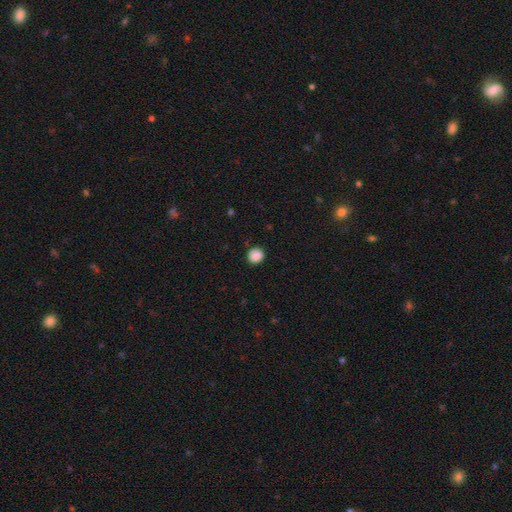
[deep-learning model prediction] smooth_or_featured: smooth (p=0.88) [alt: star or artifact p=0.09]
how_rounded: round (p=0.86) [alt: in between p=0.13]
merging: none (p=0.87) [alt: minor disturbance p=0.09]